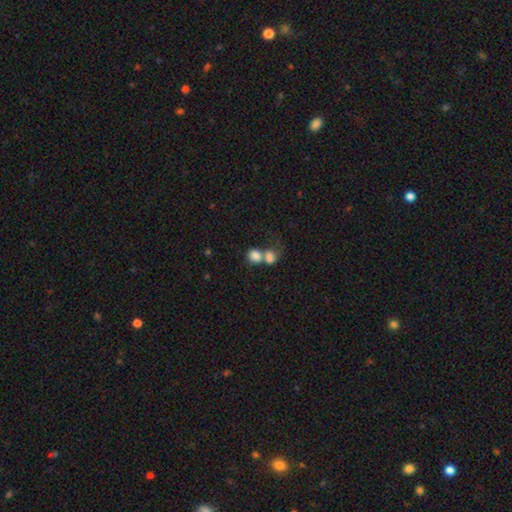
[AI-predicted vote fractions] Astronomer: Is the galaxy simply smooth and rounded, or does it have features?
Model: smooth — 80%.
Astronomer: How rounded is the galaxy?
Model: round — 55% (runner-up: in between, 44%).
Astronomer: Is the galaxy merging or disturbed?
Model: merger — 67%.